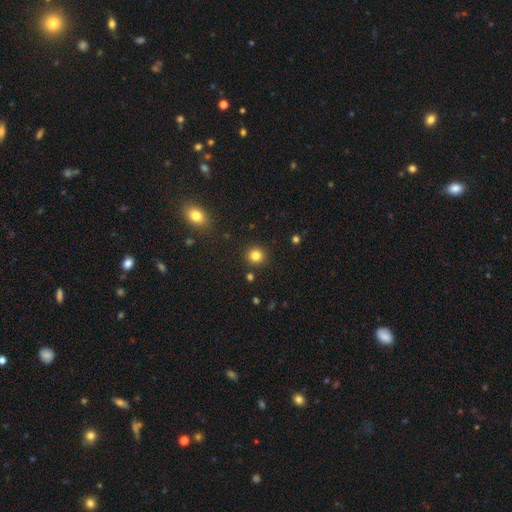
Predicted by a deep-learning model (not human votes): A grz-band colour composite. It shows a smooth galaxy with no disk features (82%) that is round (92%). Merging: none (90%).